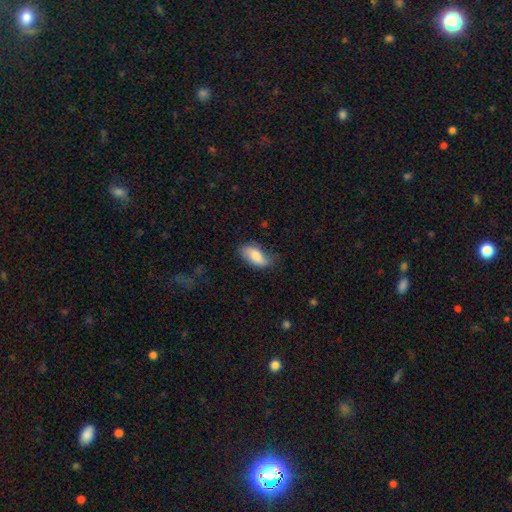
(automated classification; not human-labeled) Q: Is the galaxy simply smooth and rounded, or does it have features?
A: smooth — 76%.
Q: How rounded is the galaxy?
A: in between — 89%.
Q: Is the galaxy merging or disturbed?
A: none — 62%.